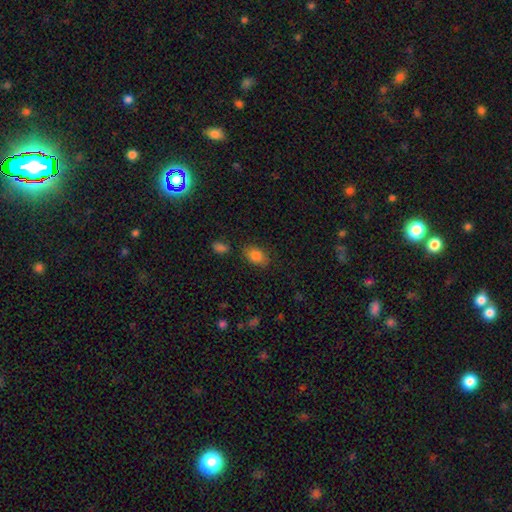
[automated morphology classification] type=smooth (83%); roundness=in between (83%); merging=none (82%).